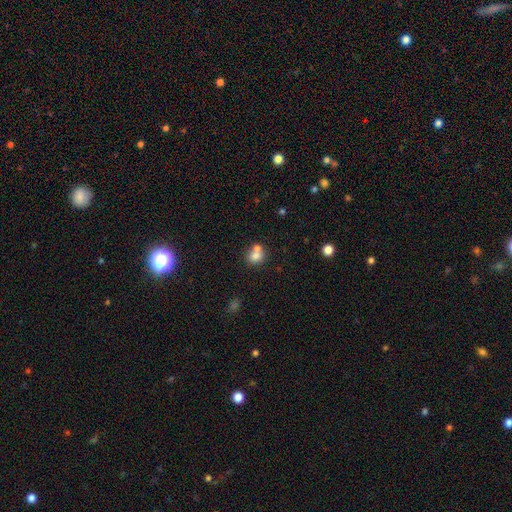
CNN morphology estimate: Q: Smooth or featured?
A: smooth (75%); runner-up: featured or disk (13%)
Q: How rounded?
A: round (71%); runner-up: in between (28%)
Q: Merging?
A: merger (49%); runner-up: none (40%)